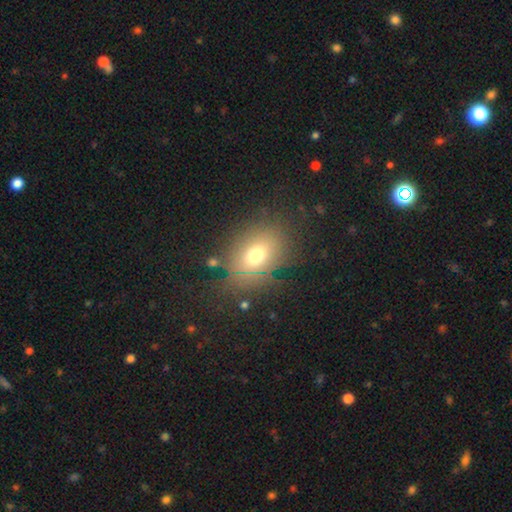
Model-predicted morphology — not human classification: This appears to be a smooth galaxy with no disk features (67%) that is in between round and cigar-shaped (69%). Merging: none (73%).